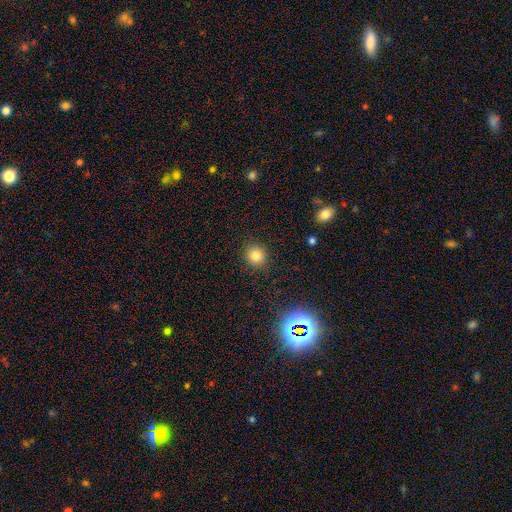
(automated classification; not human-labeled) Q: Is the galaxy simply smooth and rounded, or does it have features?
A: smooth — 81%.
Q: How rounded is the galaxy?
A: round — 90%.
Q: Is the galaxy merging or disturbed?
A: none — 90%.